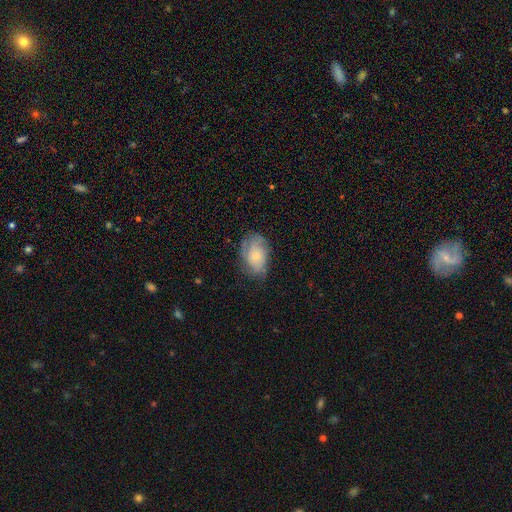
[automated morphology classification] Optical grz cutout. It shows a smooth galaxy with no disk features (52%) that is in between round and cigar-shaped (85%). Merging: none (65%).